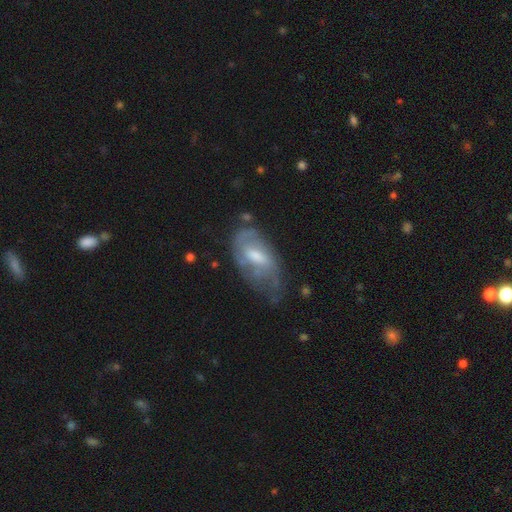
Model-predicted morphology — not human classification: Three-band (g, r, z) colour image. It shows a featured or disk galaxy (60%) with a weak bar (51%), spiral arms (65%) and a moderate central bulge (58%). Merging: none (42%).